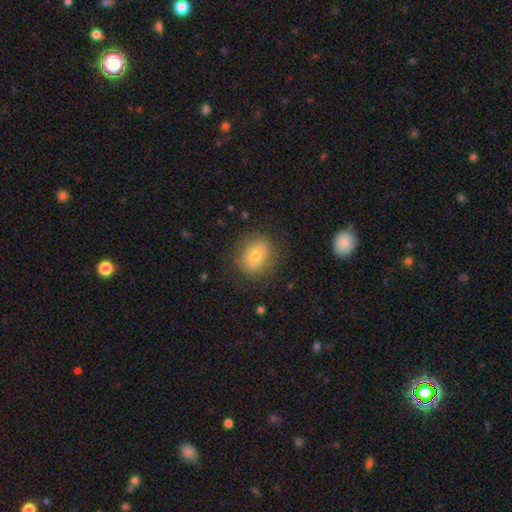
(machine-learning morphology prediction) Smooth or featured? smooth (57%)
How rounded? round (69%)
Merging? none (79%)